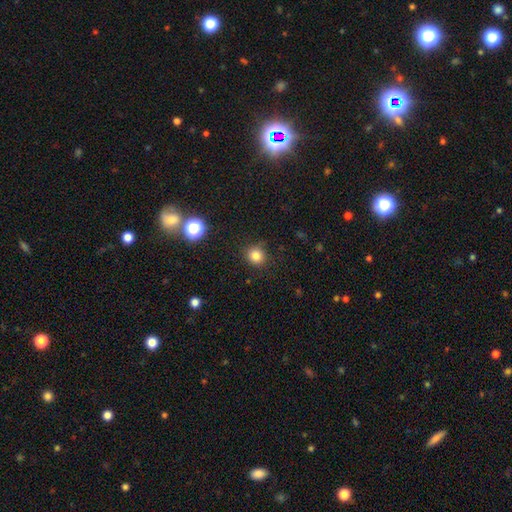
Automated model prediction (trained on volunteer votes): smooth_or_featured: smooth (p=0.82) [alt: star or artifact p=0.14]
how_rounded: round (p=0.87) [alt: in between p=0.12]
merging: none (p=0.84) [alt: minor disturbance p=0.12]